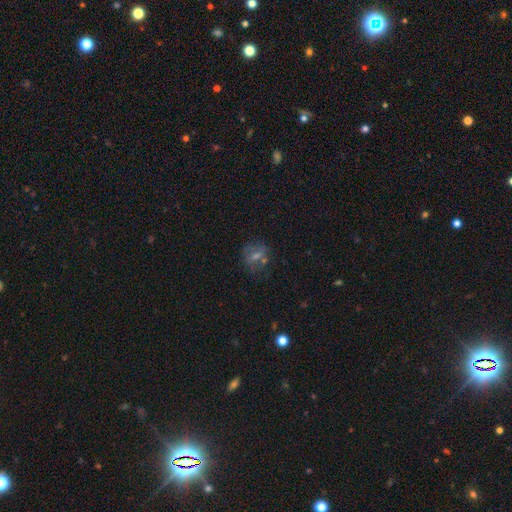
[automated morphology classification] smooth 39%, featured or disk 33%, star or artifact 28%. Down the decision tree: merging — none (69%).